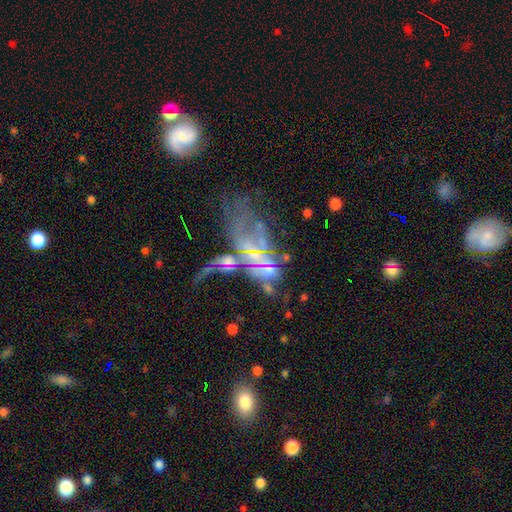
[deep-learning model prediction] The model was most divided on "merging" (2-way tie): major disturbance: 35%, merger: 35%, none: 19%, minor disturbance: 11%. Remaining: edge-on disk — no (90%); bar — no (71%); spiral arms — no (65%); smooth or featured — featured or disk (58%); bulge size — none (48%).